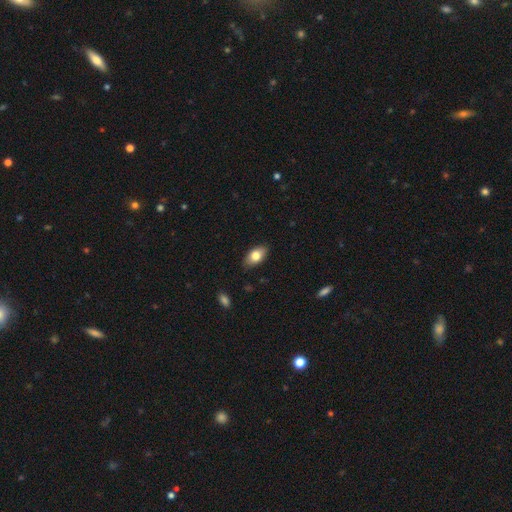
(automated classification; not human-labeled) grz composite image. It shows a smooth galaxy with no disk features (79%) that is in between round and cigar-shaped (91%). Merging: none (85%).